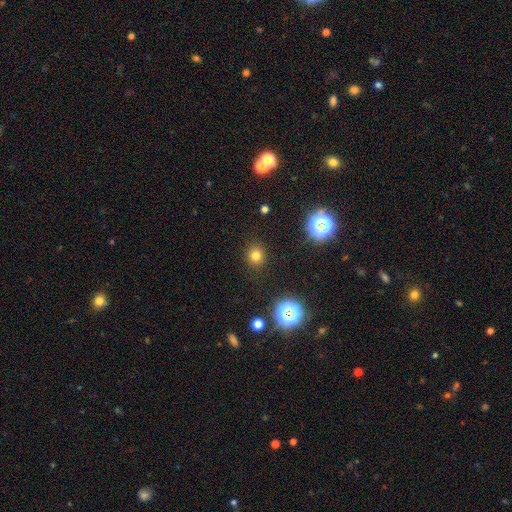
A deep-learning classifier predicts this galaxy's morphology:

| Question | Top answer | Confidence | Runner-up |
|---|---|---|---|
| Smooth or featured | smooth | 74% | star or artifact (19%) |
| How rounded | round | 89% | in between (10%) |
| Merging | none | 90% | minor disturbance (6%) |